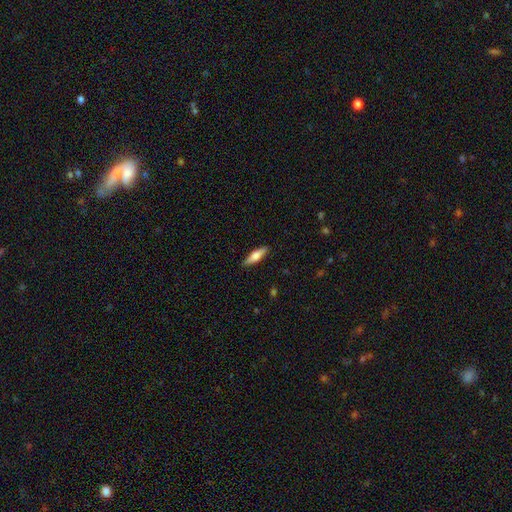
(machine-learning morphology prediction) Smooth or featured? smooth (55%)
How rounded? cigar-shaped (61%)
Merging? none (88%)